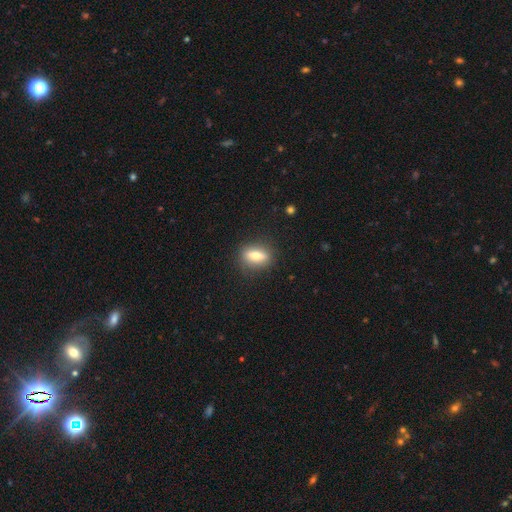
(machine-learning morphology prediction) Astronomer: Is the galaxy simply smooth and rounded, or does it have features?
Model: smooth — 56% (runner-up: featured or disk, 35%).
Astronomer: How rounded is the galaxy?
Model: in between — 56%.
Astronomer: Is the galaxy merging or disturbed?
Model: none — 84%.